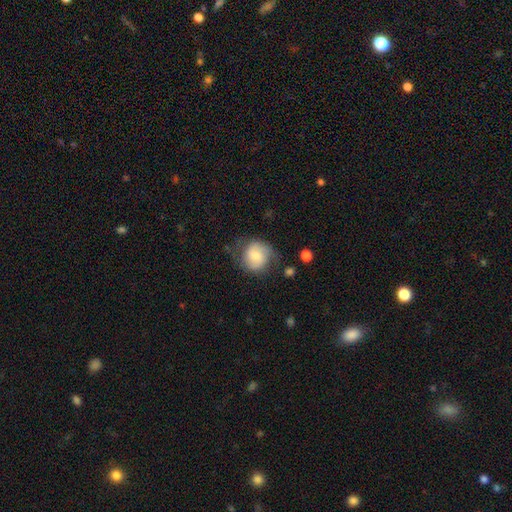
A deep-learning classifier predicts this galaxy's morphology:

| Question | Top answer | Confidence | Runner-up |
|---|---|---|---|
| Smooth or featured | smooth | 56% | featured or disk (37%) |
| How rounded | round | 80% | in between (19%) |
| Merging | none | 58% | minor disturbance (27%) |